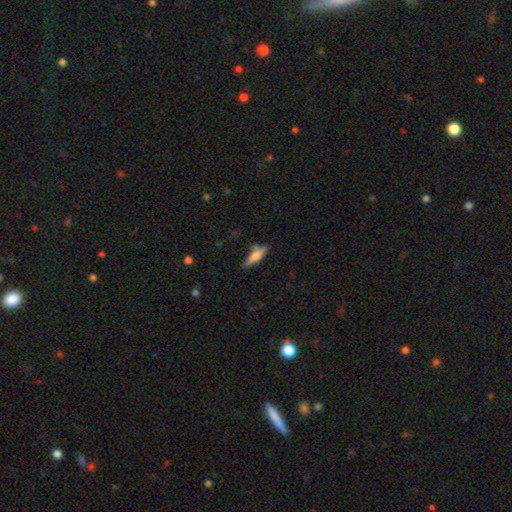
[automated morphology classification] smooth 56%, featured or disk 37%, star or artifact 7%. Down the decision tree: how rounded — cigar-shaped (66%); merging — none (69%).